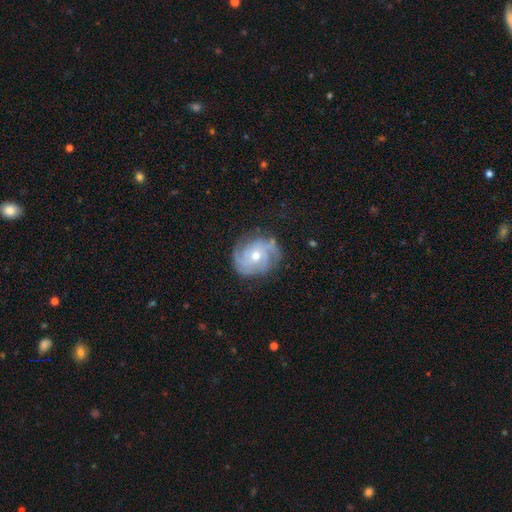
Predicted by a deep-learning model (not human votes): featured or disk 85%, smooth 9%, star or artifact 6%. Down the decision tree: edge-on disk — no (97%); bar — no (73%); spiral arms — yes (96%); spiral arm count — 3 (36%); spiral winding — tight (59%); bulge size — moderate (62%); merging — none (76%).